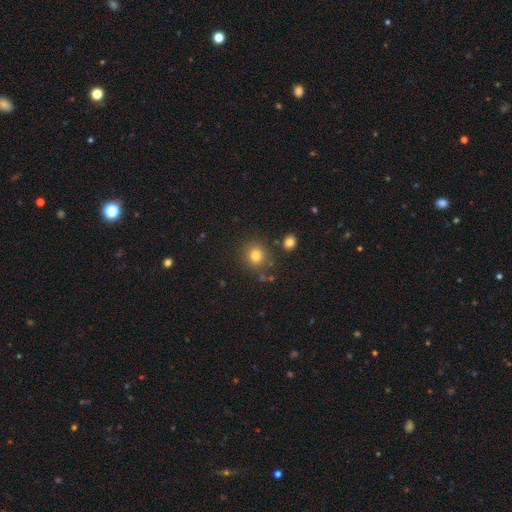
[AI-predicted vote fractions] smooth 79%, star or artifact 13%, featured or disk 7%. Down the decision tree: how rounded — round (88%); merging — none (82%).